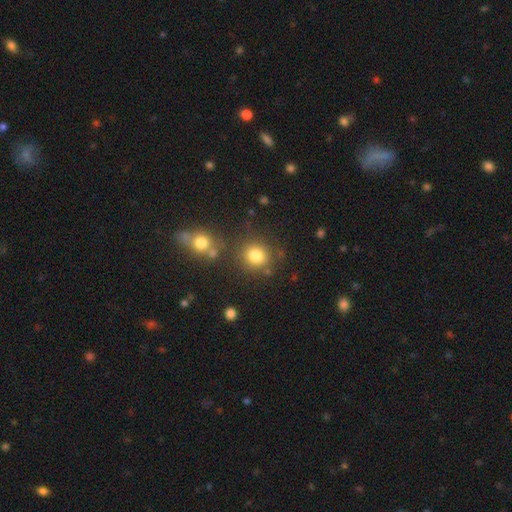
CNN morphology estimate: This is clearly a smooth galaxy (81%). How rounded: clearly round (86%). Merging: likely none (76%).